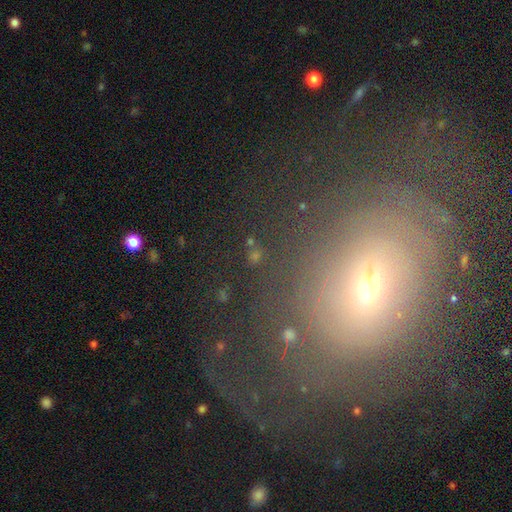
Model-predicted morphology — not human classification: Q: Smooth or featured?
A: star or artifact (44%); runner-up: smooth (43%)